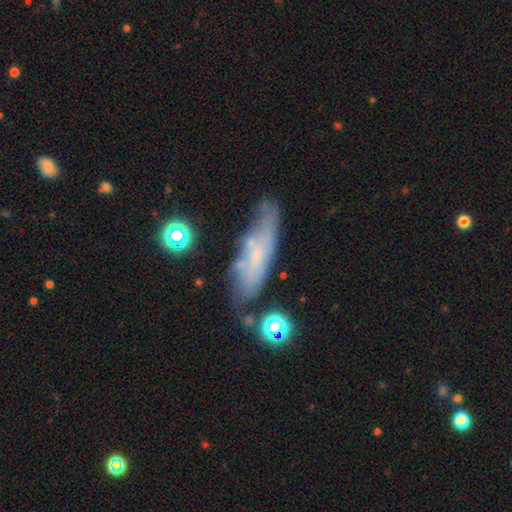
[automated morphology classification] Smooth or featured?
  - smooth: 47% *
  - featured or disk: 43%
  - star or artifact: 10%
Merging?
  - none: 60% *
  - minor disturbance: 24%
  - major disturbance: 9%
  - merger: 6%